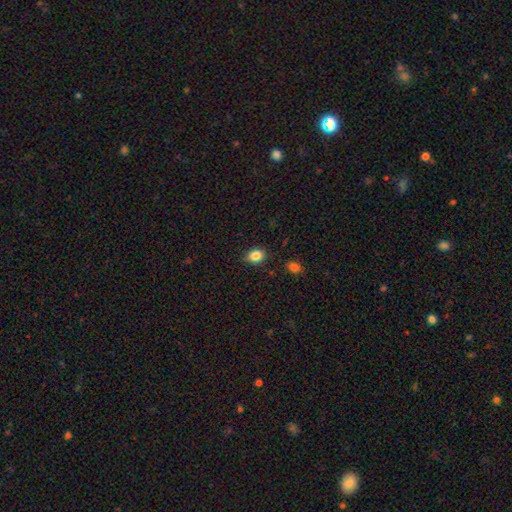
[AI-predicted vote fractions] Morphology: type=smooth (85%); roundness=in between (55%); merging=none (81%).